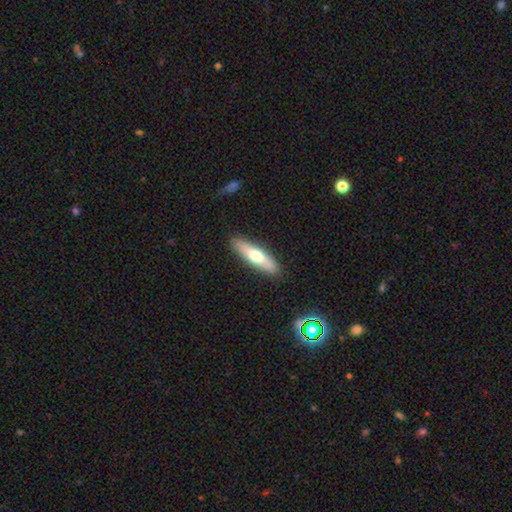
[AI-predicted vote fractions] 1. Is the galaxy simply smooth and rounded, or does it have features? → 60% smooth, 35% featured or disk, 5% star or artifact.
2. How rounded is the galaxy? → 69% cigar-shaped, 29% in between, 2% round.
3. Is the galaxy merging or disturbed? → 87% none, 10% minor disturbance, 2% major disturbance, 1% merger.